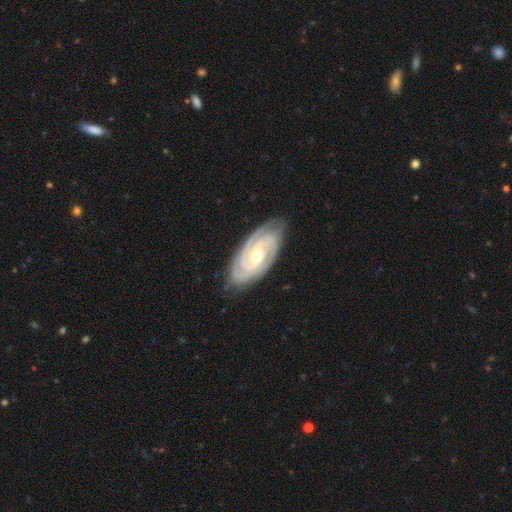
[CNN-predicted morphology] featured or disk 91%, smooth 5%, star or artifact 4%. Down the decision tree: edge-on disk — no (95%); bar — no (50%); spiral arms — yes (98%); spiral arm count — 3 (45%); spiral winding — tight (72%); bulge size — moderate (55%); merging — none (83%).